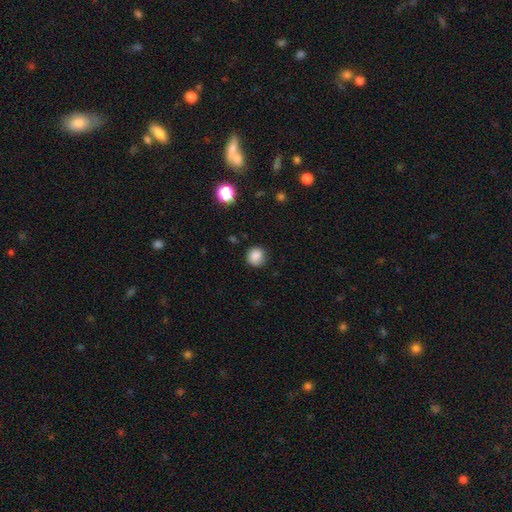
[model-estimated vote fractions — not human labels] smooth-or-featured: smooth: 85% | star or artifact: 11% | featured or disk: 5%
  how-rounded: round: 86% | in between: 13% | cigar-shaped: 1%
  merging: none: 80% | minor disturbance: 15% | major disturbance: 4% | merger: 1%